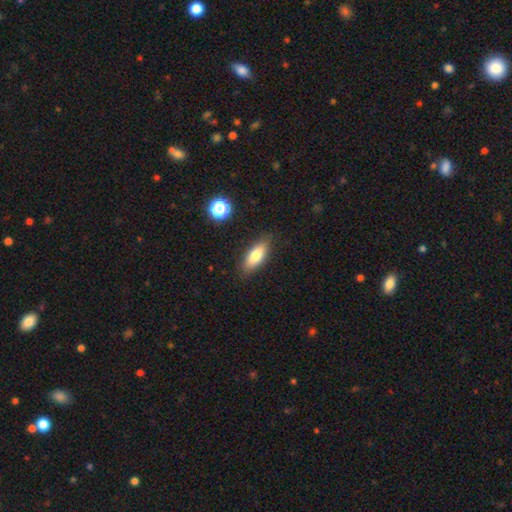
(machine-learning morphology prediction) smooth-or-featured: smooth: 77% | featured or disk: 16% | star or artifact: 8%
  how-rounded: in between: 73% | cigar-shaped: 25% | round: 3%
  merging: none: 86% | minor disturbance: 10% | major disturbance: 2% | merger: 2%